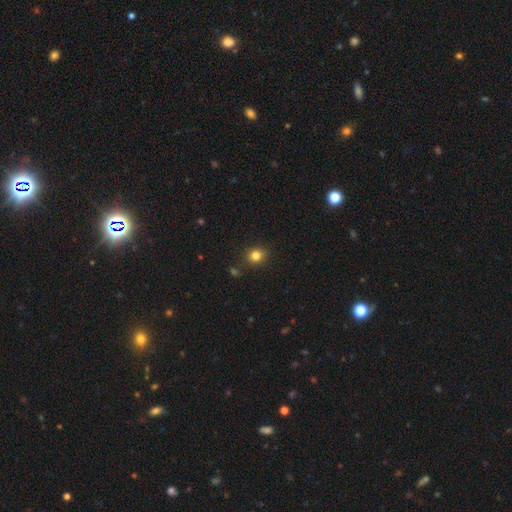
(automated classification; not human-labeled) smooth 81%, star or artifact 13%, featured or disk 6%. Down the decision tree: how rounded — round (79%); merging — none (87%).